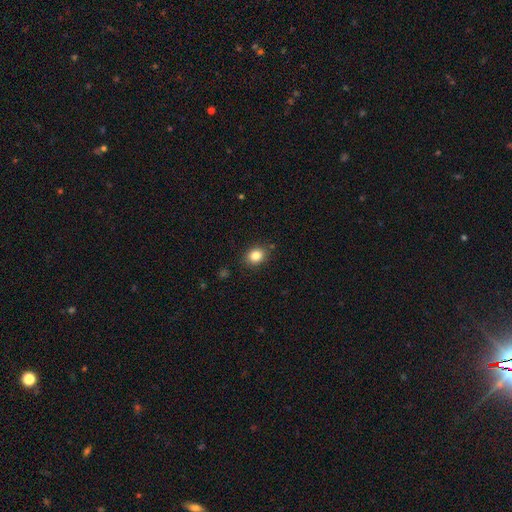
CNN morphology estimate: This is clearly a smooth galaxy (84%). How rounded: possibly in between (50%). Merging: clearly none (85%).